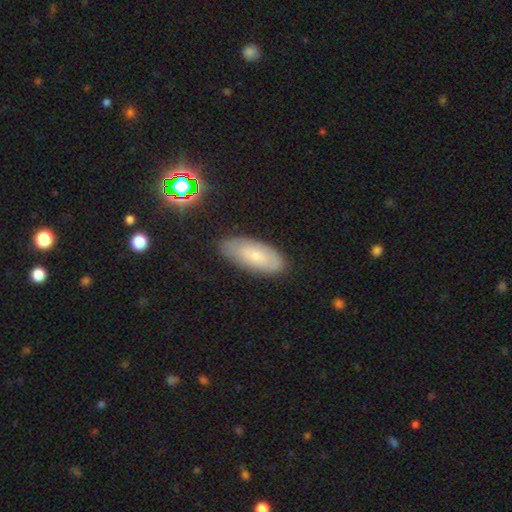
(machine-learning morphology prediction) A smooth galaxy with no disk features (56%) that is in between round and cigar-shaped (86%). Merging: none (81%).